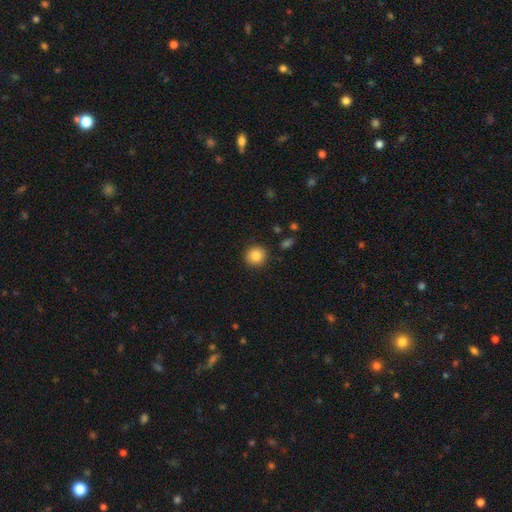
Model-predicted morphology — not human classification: A smooth galaxy with no disk features (86%) that is round (89%). Merging: none (90%).